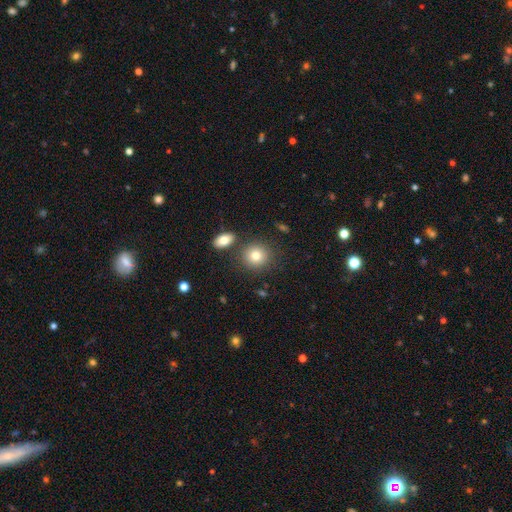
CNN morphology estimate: Smooth or featured?
  - smooth: 81% *
  - star or artifact: 10%
  - featured or disk: 9%
How rounded?
  - round: 84% *
  - in between: 15%
  - cigar-shaped: 1%
Merging?
  - none: 79% *
  - minor disturbance: 9%
  - merger: 9%
  - major disturbance: 3%